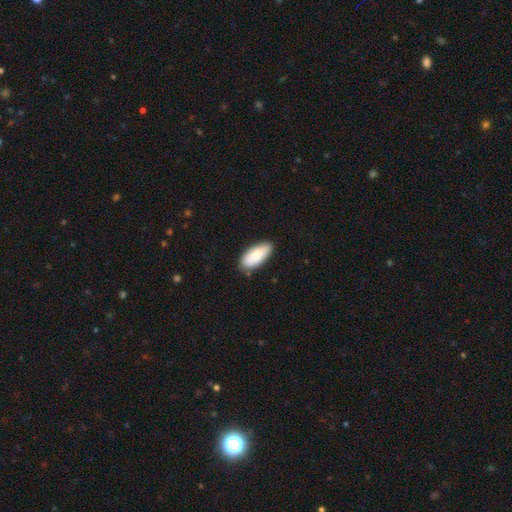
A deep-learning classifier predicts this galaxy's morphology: Smooth or featured? smooth (82%)
How rounded? in between (90%)
Merging? none (83%)